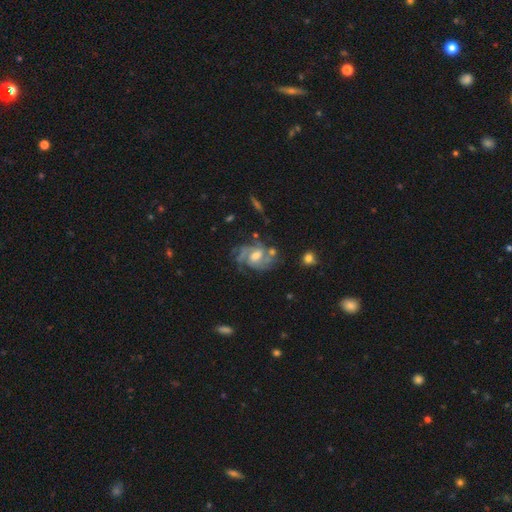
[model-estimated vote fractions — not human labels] smooth_or_featured: featured or disk (p=0.80) [alt: smooth p=0.12]
disk_edge_on: no (p=0.97) [alt: yes p=0.03]
bar: weak (p=0.48) [alt: no p=0.39]
has_spiral_arms: yes (p=0.90) [alt: no p=0.10]
spiral_winding: medium (p=0.46) [alt: tight p=0.36]
spiral_arm_count: 2 (p=0.35) [alt: can't tell p=0.26]
bulge_size: moderate (p=0.63) [alt: small p=0.20]
merging: none (p=0.56) [alt: minor disturbance p=0.21]